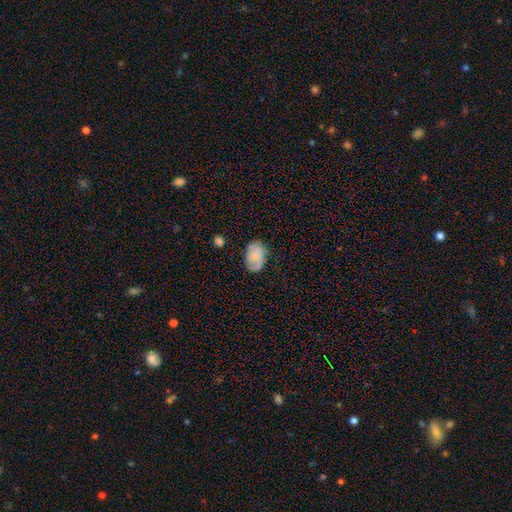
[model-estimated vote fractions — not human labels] Smooth or featured? smooth (56%)
How rounded? in between (84%)
Merging? none (68%)